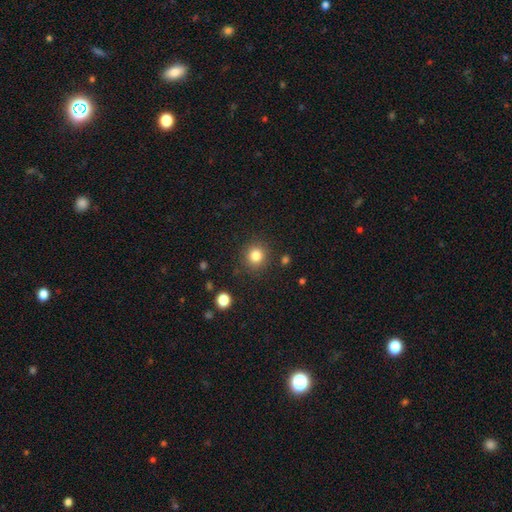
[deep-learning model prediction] Smooth or featured? smooth (83%)
How rounded? round (90%)
Merging? none (88%)